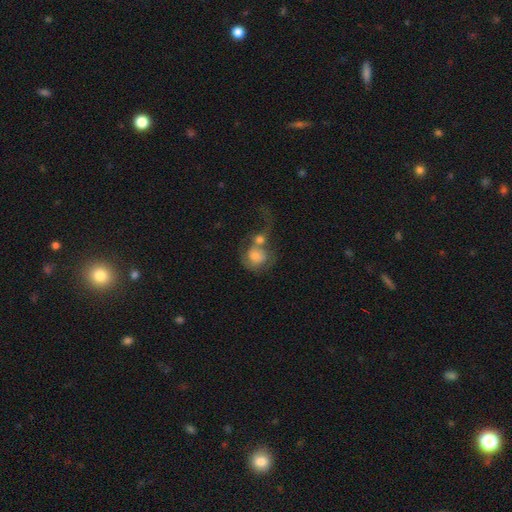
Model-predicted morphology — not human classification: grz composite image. It shows a smooth galaxy with no disk features (52%) that is round (70%). Merging: merger (61%).